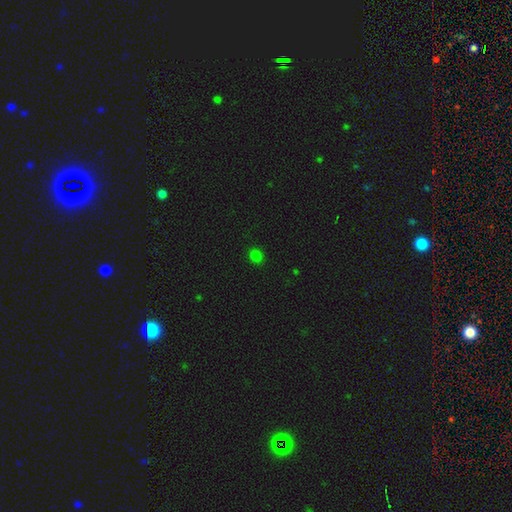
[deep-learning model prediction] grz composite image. It shows a smooth galaxy with no disk features (79%) that is round (77%). Merging: none (90%).